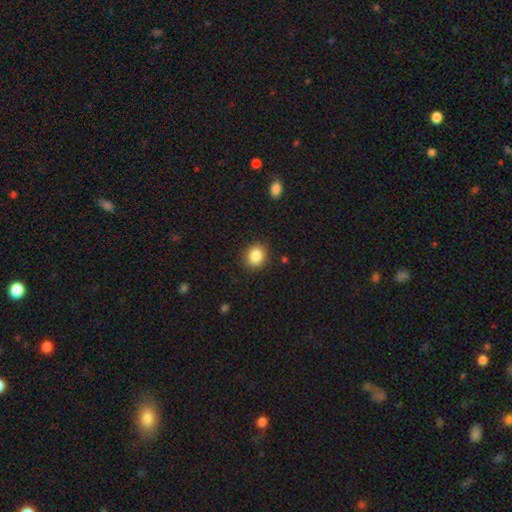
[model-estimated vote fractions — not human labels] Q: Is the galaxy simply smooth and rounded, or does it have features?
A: smooth — 86%.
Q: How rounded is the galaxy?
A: round — 68%.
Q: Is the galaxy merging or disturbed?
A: none — 89%.